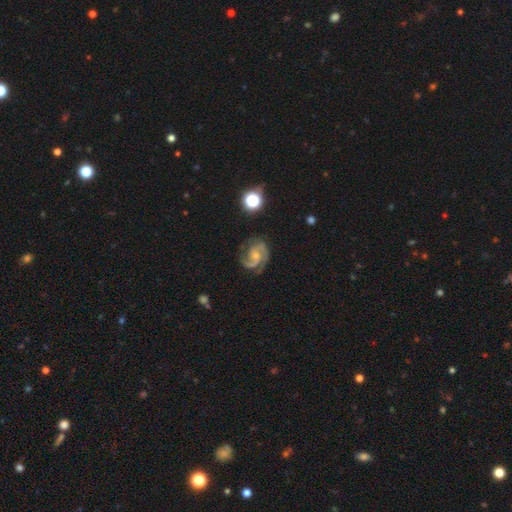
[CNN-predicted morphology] Smooth or featured? featured or disk (90%)
Edge-on disk? no (98%)
Bar? no (57%)
Spiral arms? yes (98%)
Spiral winding? medium (55%)
Spiral arm count? 2 (77%)
Bulge size? small (57%)
Merging? none (73%)